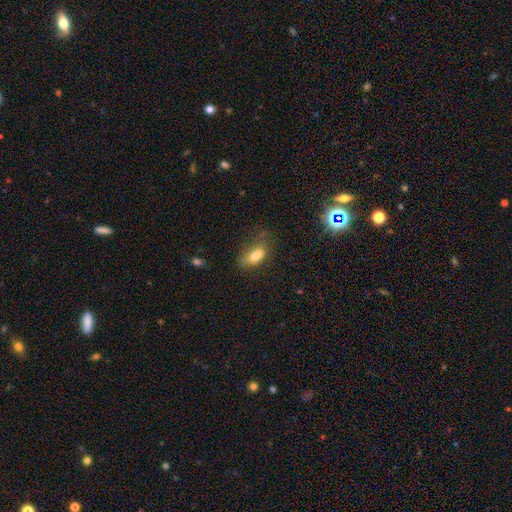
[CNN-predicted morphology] smooth-or-featured: smooth: 75% | featured or disk: 15% | star or artifact: 10%
  how-rounded: in between: 86% | cigar-shaped: 9% | round: 5%
  merging: none: 56% | minor disturbance: 28% | major disturbance: 13% | merger: 3%